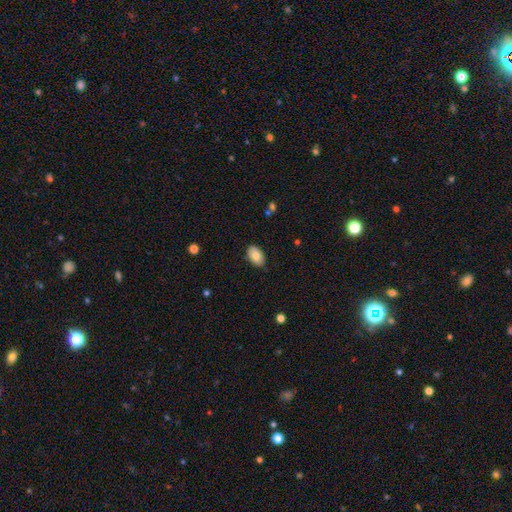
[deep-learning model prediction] This is likely a smooth galaxy (78%). How rounded: clearly in between (90%). Merging: clearly none (84%).